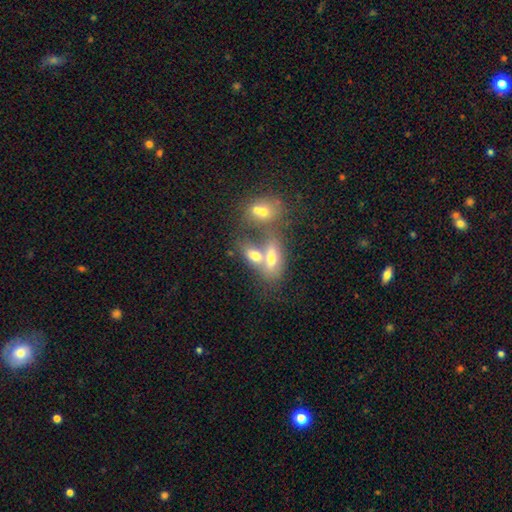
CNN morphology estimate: Q: Smooth or featured?
A: smooth (63%); runner-up: featured or disk (26%)
Q: How rounded?
A: in between (79%); runner-up: round (12%)
Q: Merging?
A: merger (61%); runner-up: none (25%)